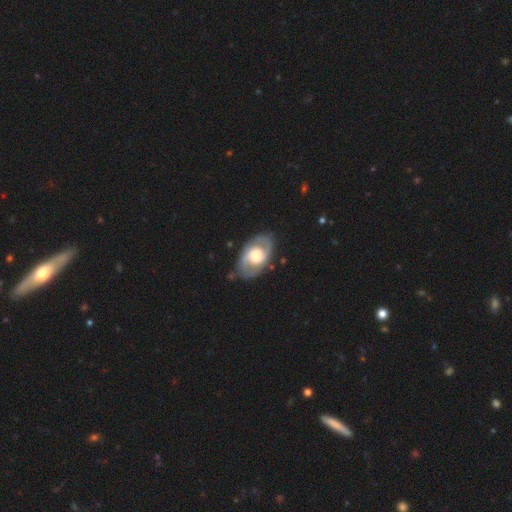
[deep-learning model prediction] smooth-or-featured: featured or disk: 77% | smooth: 18% | star or artifact: 5%
  disk-edge-on: no: 96% | yes: 4%
    bar: no: 56% | weak: 34% | strong: 10%
    has-spiral-arms: yes: 87% | no: 13%
      spiral-winding: medium: 48% | tight: 34% | loose: 18%
      spiral-arm-count: 2: 87% | can't tell: 7% | 1: 2% | 3: 2% | 4: 1% | more than 4: 1%
    bulge-size: moderate: 46% | large: 33% | small: 16% | dominant: 3% | none: 3%
  merging: none: 79% | minor disturbance: 14% | major disturbance: 5% | merger: 2%